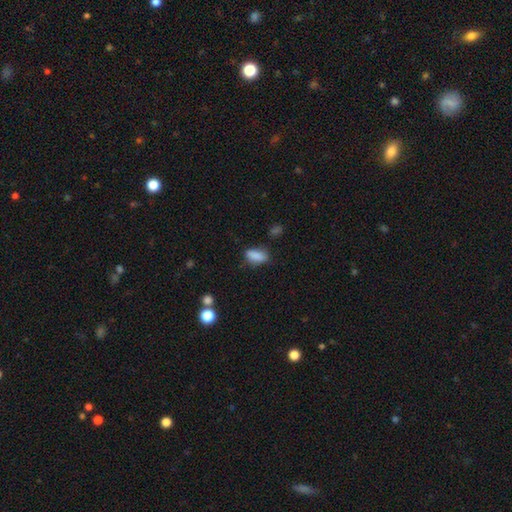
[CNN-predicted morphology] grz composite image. It shows a smooth galaxy with no disk features (86%) that is in between round and cigar-shaped (84%). Merging: none (72%).